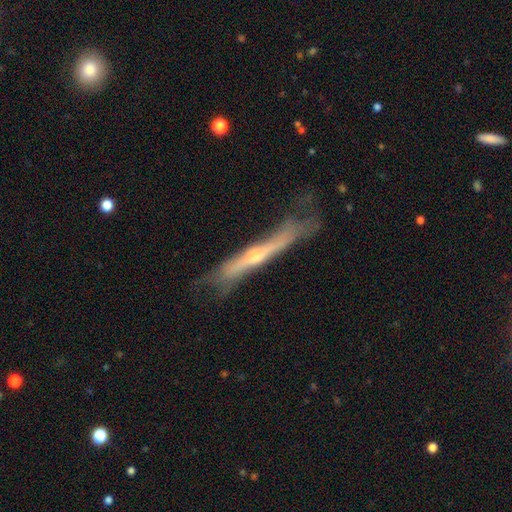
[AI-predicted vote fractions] This is likely a featured or disk galaxy (67%). It is clearly viewed edge-on (86%). Edge-on bulge: likely rounded (66%). Merging: possibly none (50%).